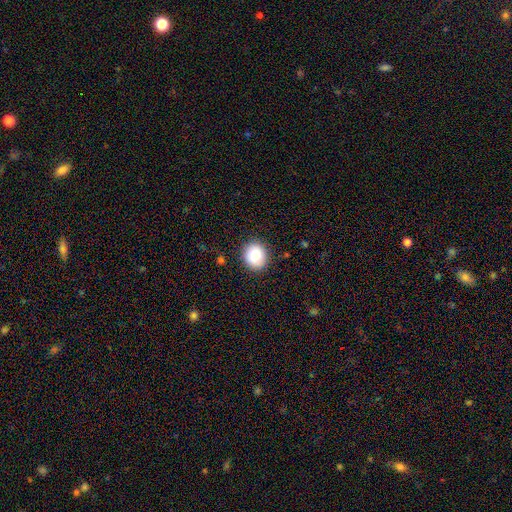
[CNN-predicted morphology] smooth 86%, star or artifact 8%, featured or disk 6%. Down the decision tree: how rounded — round (75%); merging — none (87%).